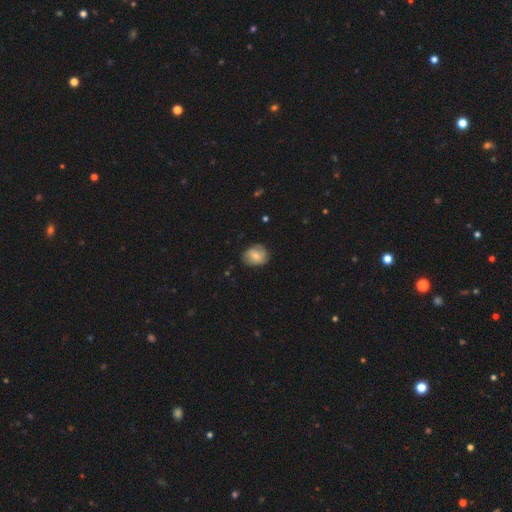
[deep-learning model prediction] Smooth or featured: smooth — 67% (featured or disk — 25%)
How rounded: round — 57% (in between — 42%)
Merging: none — 71% (minor disturbance — 24%)